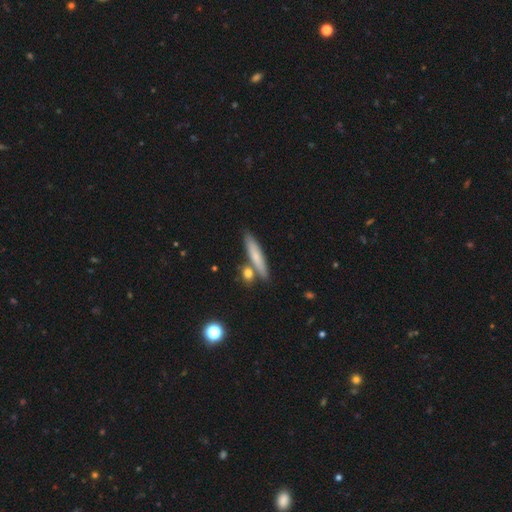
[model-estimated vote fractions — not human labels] Smooth or featured: smooth — 71% (featured or disk — 23%)
How rounded: cigar-shaped — 87% (in between — 11%)
Merging: none — 75% (merger — 12%)